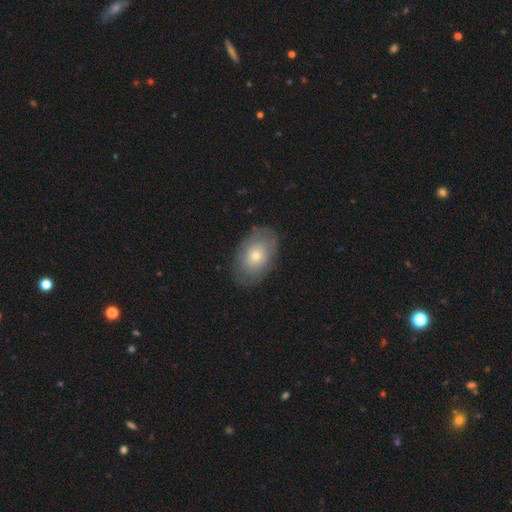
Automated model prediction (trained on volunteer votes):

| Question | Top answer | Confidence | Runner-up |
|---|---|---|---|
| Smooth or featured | smooth | 61% | featured or disk (31%) |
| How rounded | in between | 85% | round (13%) |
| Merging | none | 81% | minor disturbance (14%) |